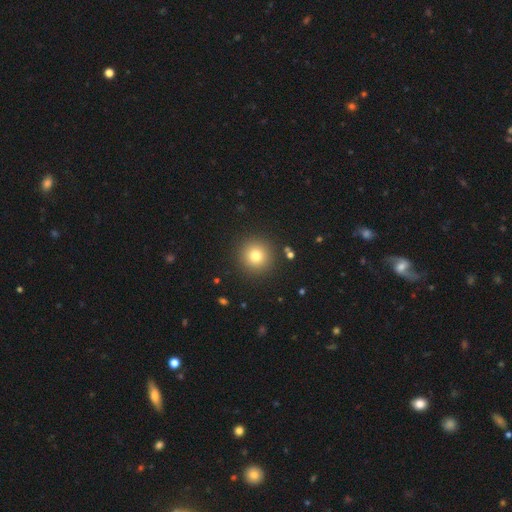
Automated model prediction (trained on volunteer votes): Overall: smooth (78%). How rounded: round (95%). Merging: none (90%).